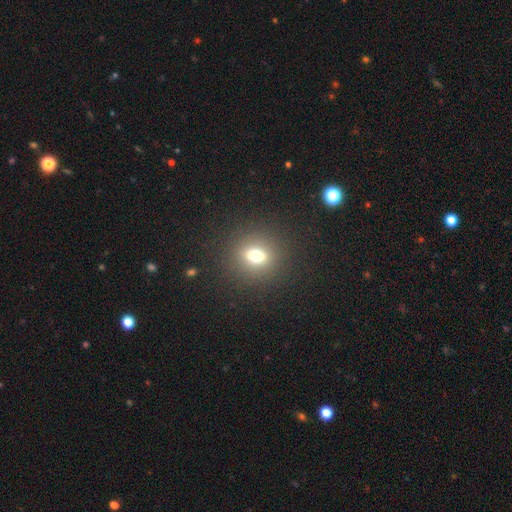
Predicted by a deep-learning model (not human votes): A smooth galaxy with no disk features (71%) that is round (65%).

Vote fractions:
- Smooth or featured? smooth: 71% / star or artifact: 17% / featured or disk: 12%
- How rounded? round: 65% / in between: 33% / cigar-shaped: 2%
- Merging? none: 87% / minor disturbance: 7% / major disturbance: 4% / merger: 1%